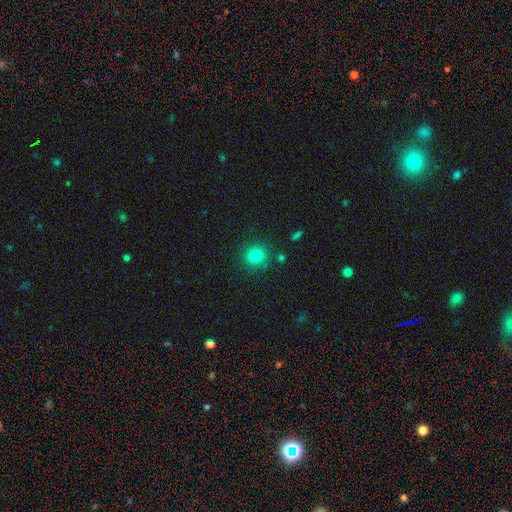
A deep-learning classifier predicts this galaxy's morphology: Overall: smooth (82%). How rounded: round (91%). Merging: none (84%).